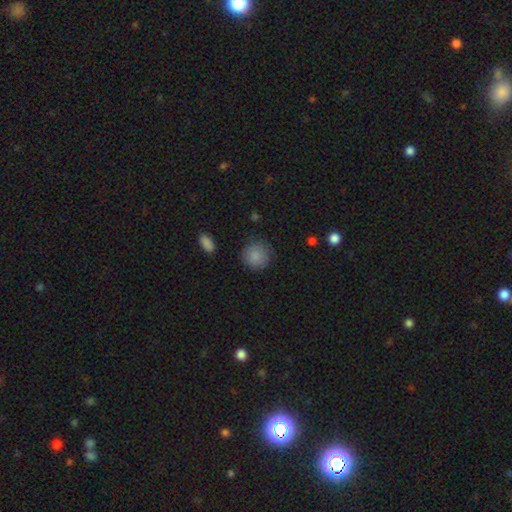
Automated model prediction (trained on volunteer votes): Smooth or featured?
  - smooth: 86% *
  - star or artifact: 8%
  - featured or disk: 6%
How rounded?
  - round: 91% *
  - in between: 8%
  - cigar-shaped: 1%
Merging?
  - none: 82% *
  - minor disturbance: 13%
  - major disturbance: 4%
  - merger: 1%